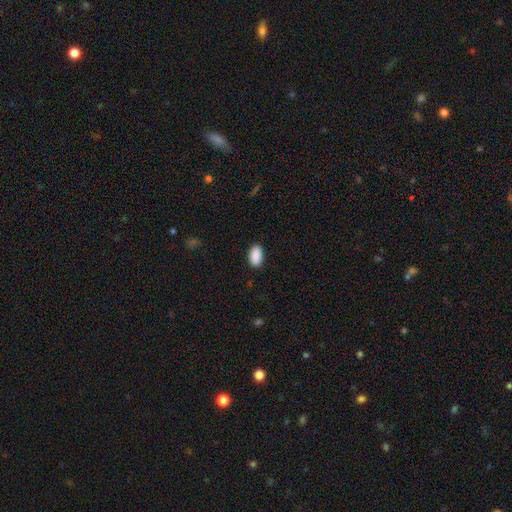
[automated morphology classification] Overall: smooth (91%). How rounded: in between (95%). Merging: none (89%).